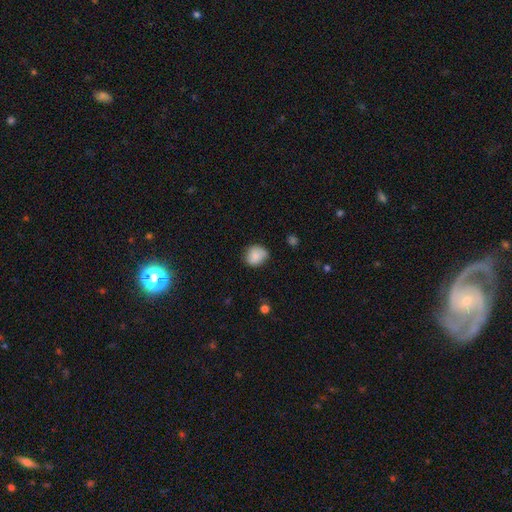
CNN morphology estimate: type=smooth (83%); roundness=round (78%); merging=none (68%).